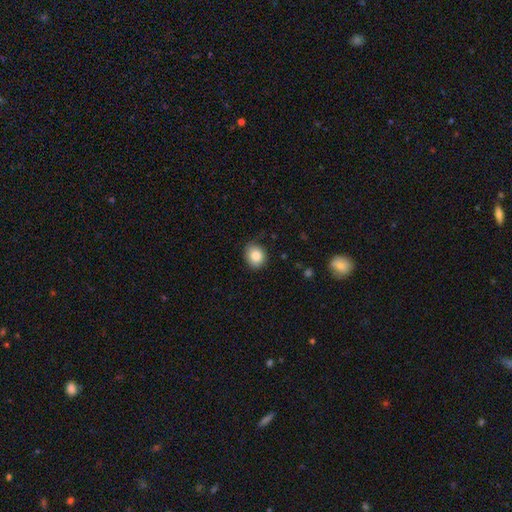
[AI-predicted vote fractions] The model was most divided on "how rounded": round: 61%, in between: 38%, cigar-shaped: 1%. More confident: smooth or featured — smooth (84%); merging — none (78%).